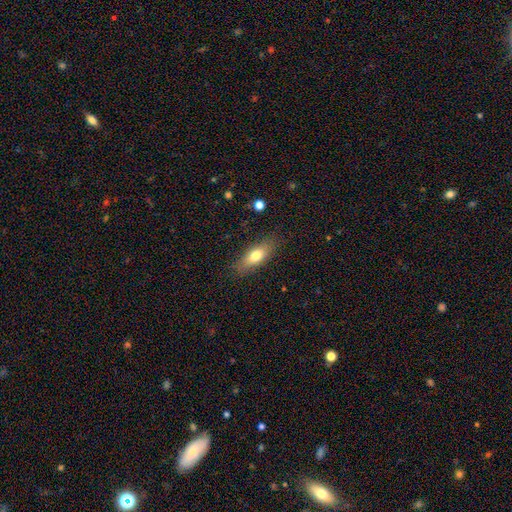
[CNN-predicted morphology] Smooth or featured? Predicted: smooth (p=0.73). How rounded? Predicted: in between (p=0.68). Merging? Predicted: none (p=0.83).